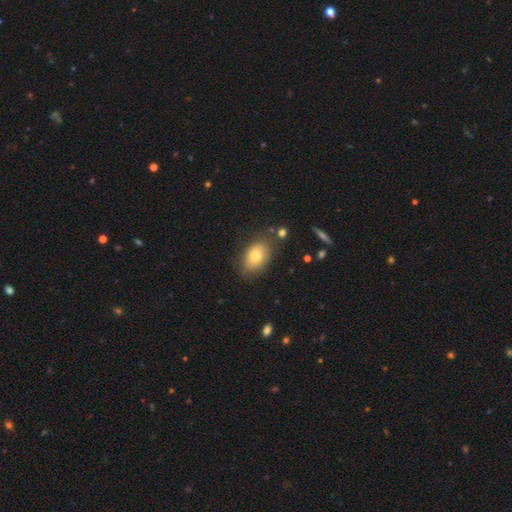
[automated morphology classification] Smooth or featured?
  - smooth: 80% *
  - featured or disk: 13%
  - star or artifact: 8%
How rounded?
  - in between: 88% *
  - round: 11%
  - cigar-shaped: 1%
Merging?
  - none: 77% *
  - minor disturbance: 16%
  - major disturbance: 5%
  - merger: 3%